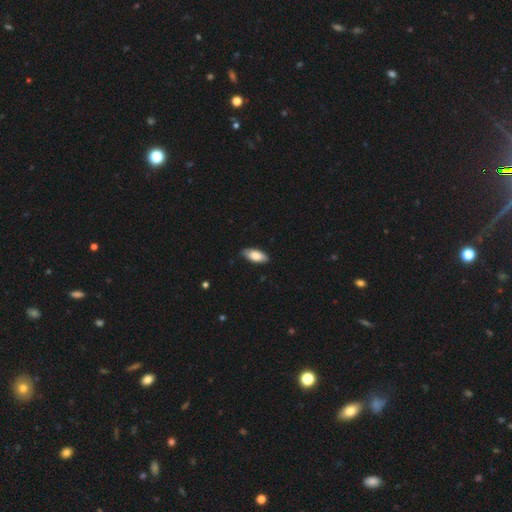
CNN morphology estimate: Overall: smooth (81%). How rounded: in between (87%). Merging: none (86%).